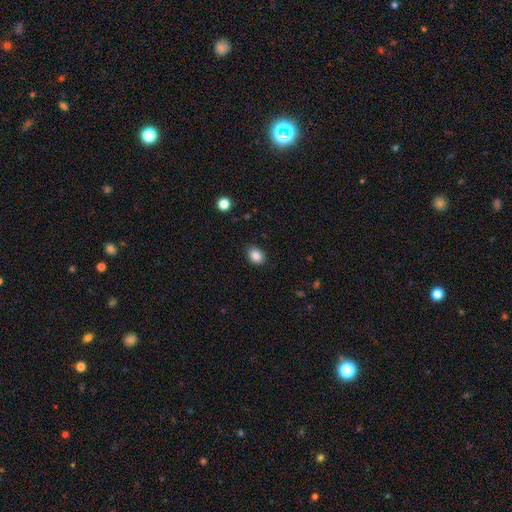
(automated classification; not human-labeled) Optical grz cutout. It shows a smooth galaxy with no disk features (86%) that is in between round and cigar-shaped (62%). Merging: none (88%).